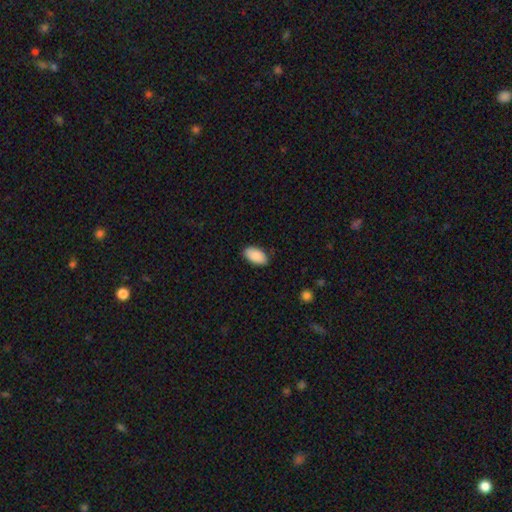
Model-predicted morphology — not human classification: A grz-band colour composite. It shows a smooth galaxy with no disk features (90%) that is in between round and cigar-shaped (95%). Merging: none (85%).